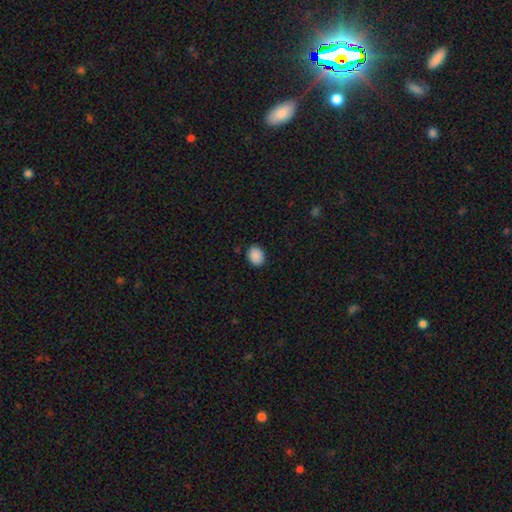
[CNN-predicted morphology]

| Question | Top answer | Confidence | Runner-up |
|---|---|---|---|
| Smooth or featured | smooth | 90% | star or artifact (8%) |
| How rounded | in between | 61% | round (38%) |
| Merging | none | 88% | minor disturbance (9%) |